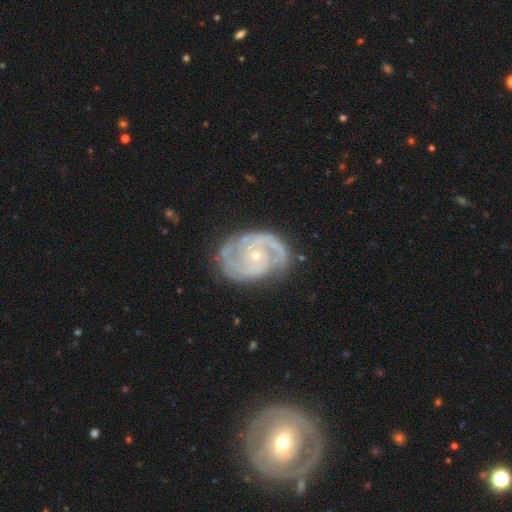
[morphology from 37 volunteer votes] type=featured or disk (95%); edge-on=no (100%); bar=no (66%); spiral arms=yes (100%); winding=tight (57%); arm count=2 (74%); bulge=small (74%); merging=none (86%).